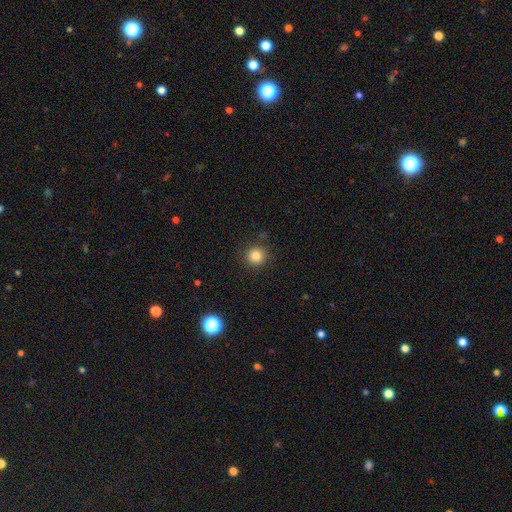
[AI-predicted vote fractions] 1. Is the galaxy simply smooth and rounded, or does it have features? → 83% smooth, 12% star or artifact, 5% featured or disk.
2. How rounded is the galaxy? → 94% round, 5% in between, 1% cigar-shaped.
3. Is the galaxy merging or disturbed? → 89% none, 7% minor disturbance, 2% major disturbance, 2% merger.